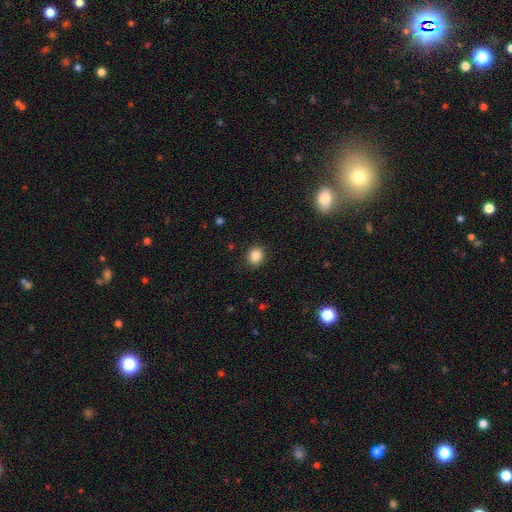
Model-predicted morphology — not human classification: smooth-or-featured: smooth: 86% | star or artifact: 10% | featured or disk: 4%
  how-rounded: round: 67% | in between: 32% | cigar-shaped: 1%
  merging: none: 86% | minor disturbance: 10% | major disturbance: 3% | merger: 1%